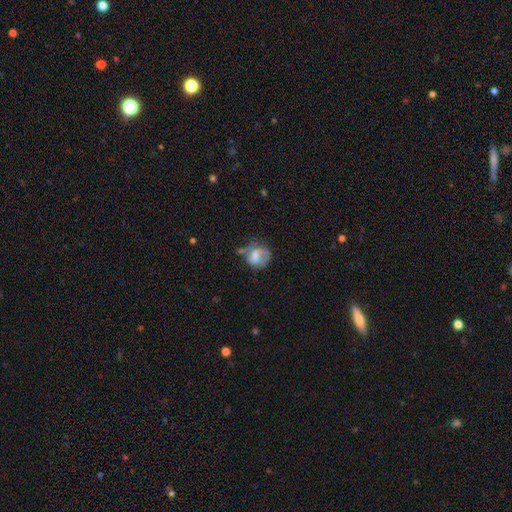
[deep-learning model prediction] Overall: smooth (47%; featured or disk 45%). Merging: none (39%; minor disturbance 28%).